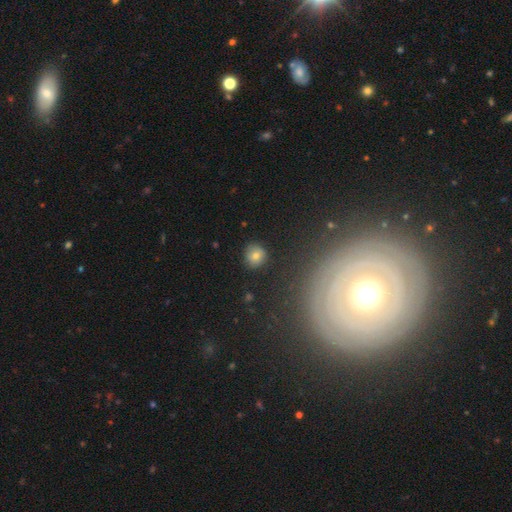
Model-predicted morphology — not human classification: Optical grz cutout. It shows a smooth galaxy with no disk features (72%) that is round (88%). Merging: none (86%).